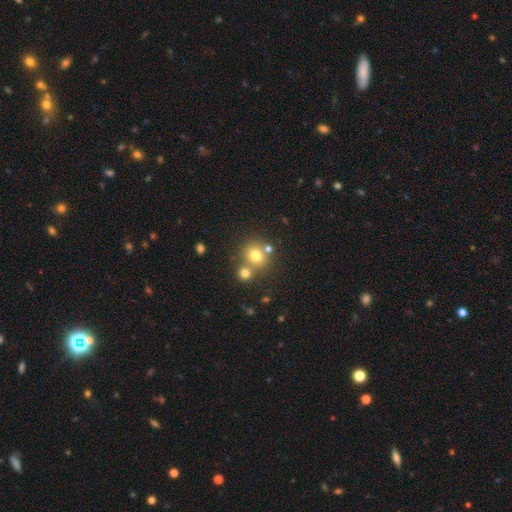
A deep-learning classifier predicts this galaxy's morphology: Overall: smooth (74%). How rounded: round (84%). Merging: none (60%; merger 28%).